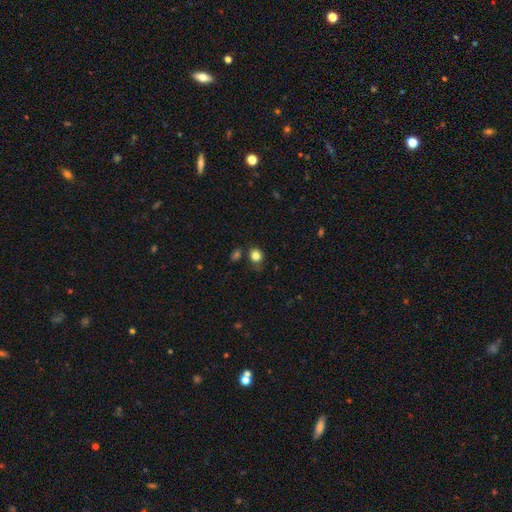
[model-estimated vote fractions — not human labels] This is clearly a smooth galaxy (83%). How rounded: likely round (68%). Merging: likely none (70%).